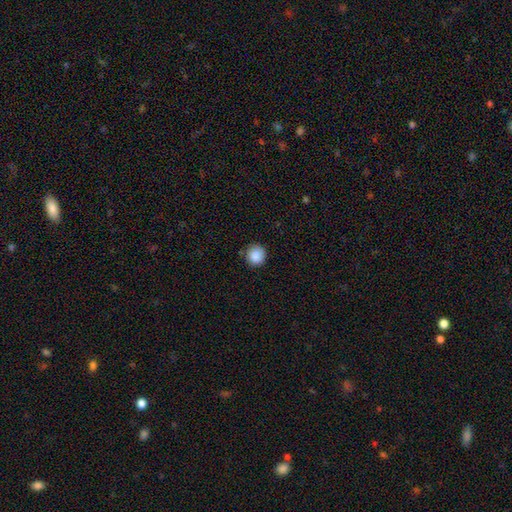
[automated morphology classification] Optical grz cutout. It shows a smooth galaxy with no disk features (88%) that is round (93%). Merging: none (82%).